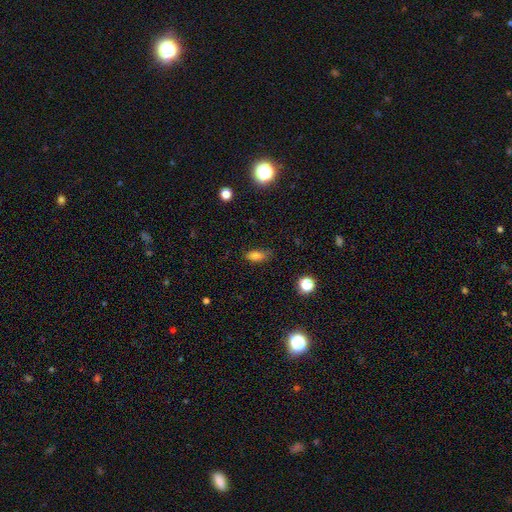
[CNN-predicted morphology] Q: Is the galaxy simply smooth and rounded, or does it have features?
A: smooth — 78%.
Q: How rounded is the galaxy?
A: in between — 84%.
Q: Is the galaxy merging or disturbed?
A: none — 75%.